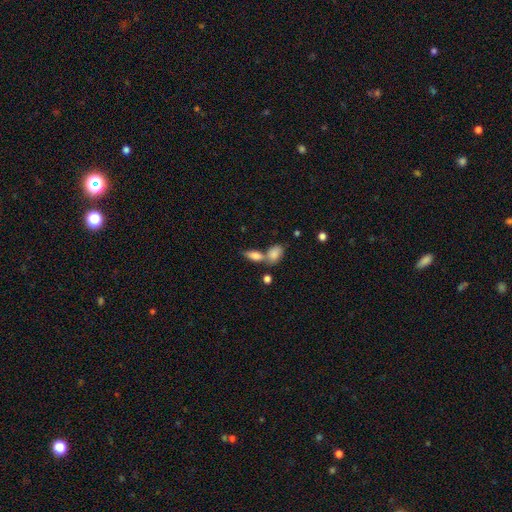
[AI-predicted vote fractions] Smooth or featured: smooth — 80% (featured or disk — 13%)
How rounded: in between — 82% (cigar-shaped — 12%)
Merging: merger — 44% (none — 41%)